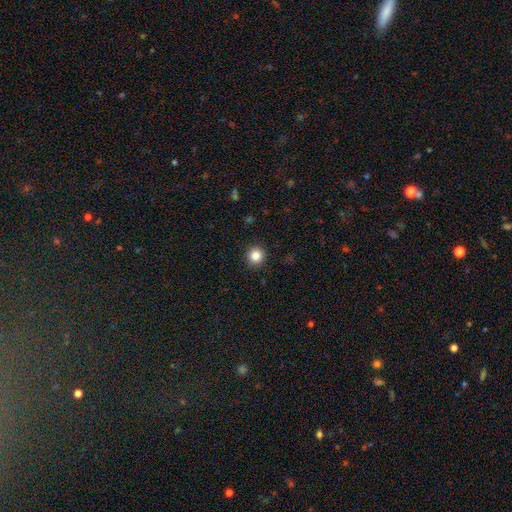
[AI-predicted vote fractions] Q: Smooth or featured?
A: smooth (85%); runner-up: star or artifact (11%)
Q: How rounded?
A: round (94%); runner-up: in between (5%)
Q: Merging?
A: none (93%); runner-up: minor disturbance (5%)